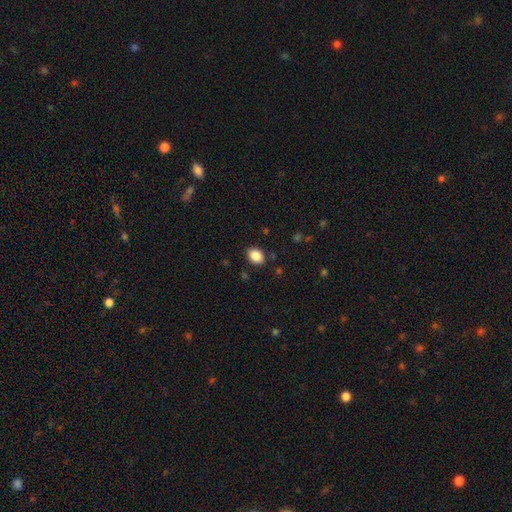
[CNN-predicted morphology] This appears to be a smooth galaxy with no disk features (86%) that is in between round and cigar-shaped (63%). Merging: none (88%).